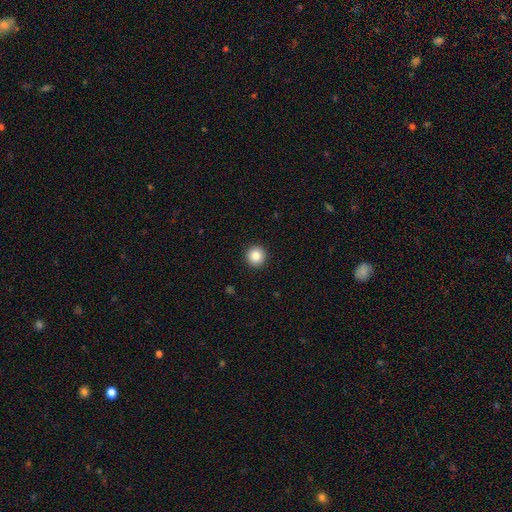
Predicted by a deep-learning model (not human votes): Morphology: type=smooth (85%); roundness=round (95%); merging=none (93%).